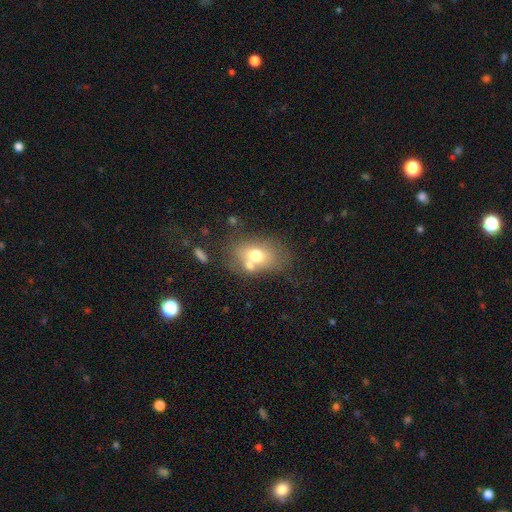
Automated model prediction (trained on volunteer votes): Q: Smooth or featured?
A: smooth (67%); runner-up: featured or disk (23%)
Q: How rounded?
A: in between (75%); runner-up: round (24%)
Q: Merging?
A: none (45%); runner-up: merger (30%)